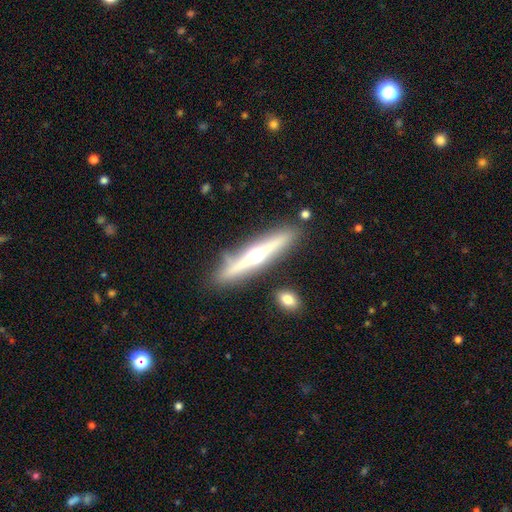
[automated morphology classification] Overall: featured or disk (72%). Edge-on disk: yes (96%). Edge-on bulge: rounded (92%). Merging: none (84%).